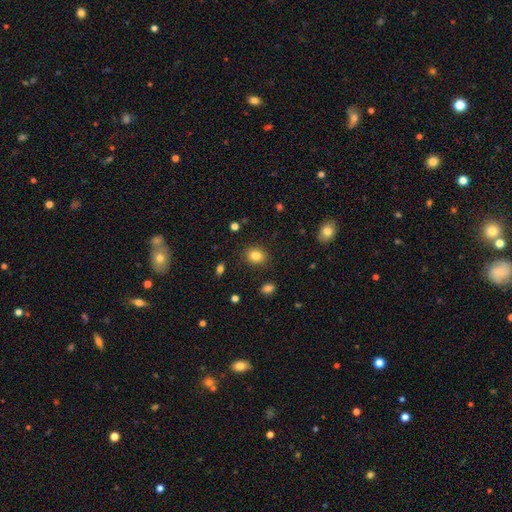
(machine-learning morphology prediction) type=smooth (83%); roundness=round (54%); merging=none (87%).